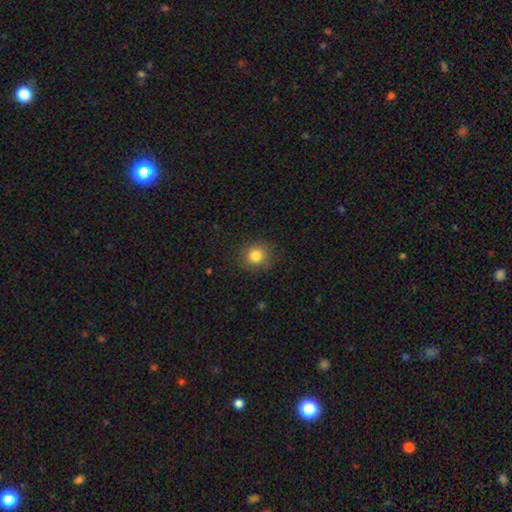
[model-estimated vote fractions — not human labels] Q: Smooth or featured?
A: smooth (82%); runner-up: star or artifact (12%)
Q: How rounded?
A: round (88%); runner-up: in between (11%)
Q: Merging?
A: none (88%); runner-up: minor disturbance (9%)